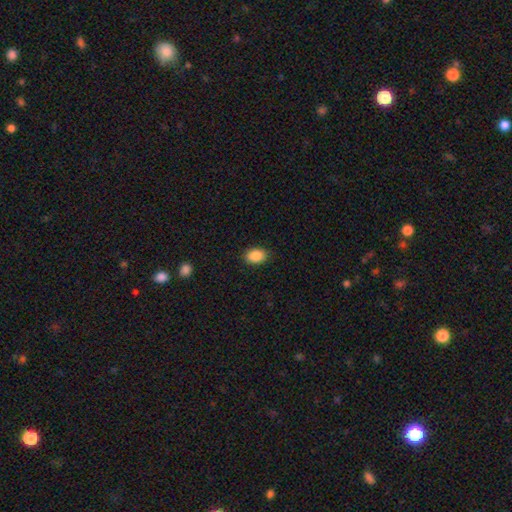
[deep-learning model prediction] Overall: smooth (88%). How rounded: in between (81%). Merging: none (88%).